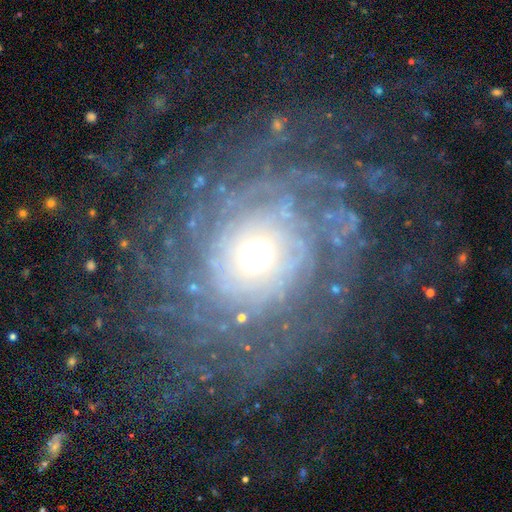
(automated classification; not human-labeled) smooth_or_featured: featured or disk (p=0.84) [alt: star or artifact p=0.09]
disk_edge_on: no (p=0.97) [alt: yes p=0.03]
bar: no (p=0.75) [alt: weak p=0.19]
has_spiral_arms: yes (p=0.93) [alt: no p=0.07]
spiral_winding: tight (p=0.72) [alt: medium p=0.20]
spiral_arm_count: can't tell (p=0.32) [tied with: more than 4 p=0.32]
bulge_size: moderate (p=0.52) [alt: small p=0.36]
merging: none (p=0.73) [alt: minor disturbance p=0.13]